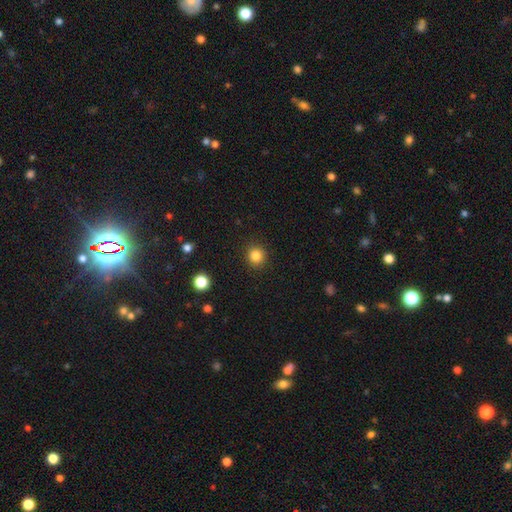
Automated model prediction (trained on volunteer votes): A smooth galaxy with no disk features (85%) that is round (90%). Merging: none (91%).